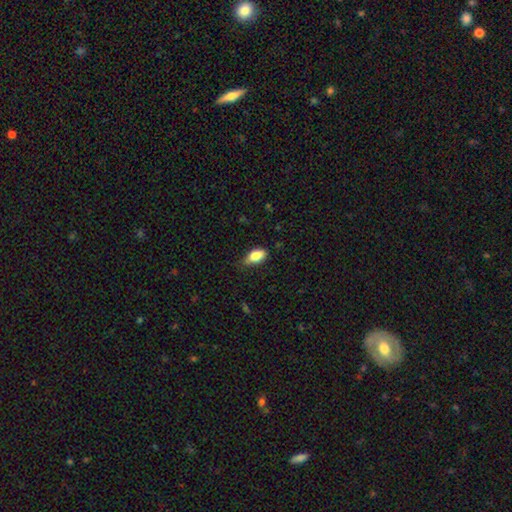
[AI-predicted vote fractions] A smooth galaxy with no disk features (81%) that is in between round and cigar-shaped (89%).

Vote fractions:
- Smooth or featured? smooth: 81% / featured or disk: 12% / star or artifact: 7%
- How rounded? in between: 89% / cigar-shaped: 6% / round: 6%
- Merging? none: 70% / minor disturbance: 25% / major disturbance: 4% / merger: 1%